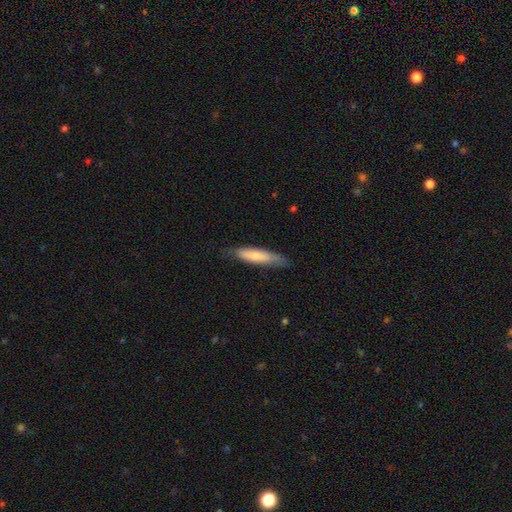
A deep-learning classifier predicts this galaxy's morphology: smooth 70%, featured or disk 24%, star or artifact 5%. Down the decision tree: how rounded — cigar-shaped (82%); merging — none (74%).